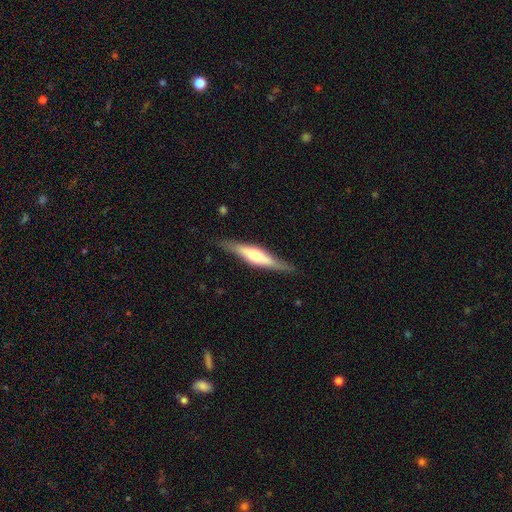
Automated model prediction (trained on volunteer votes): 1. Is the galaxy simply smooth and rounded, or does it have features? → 61% featured or disk, 34% smooth, 5% star or artifact.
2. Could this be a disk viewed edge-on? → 95% yes, 5% no.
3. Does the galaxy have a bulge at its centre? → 74% rounded, 17% boxy, 8% none.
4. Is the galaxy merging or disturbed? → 85% none, 11% minor disturbance, 3% major disturbance, 1% merger.